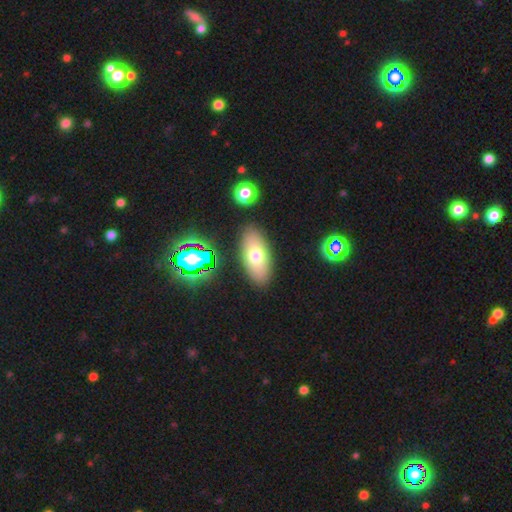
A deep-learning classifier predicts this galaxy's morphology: smooth 68%, featured or disk 21%, star or artifact 10%. Down the decision tree: how rounded — in between (88%); merging — none (87%).